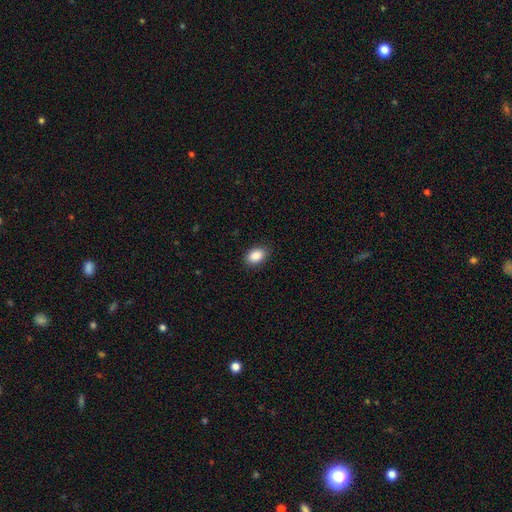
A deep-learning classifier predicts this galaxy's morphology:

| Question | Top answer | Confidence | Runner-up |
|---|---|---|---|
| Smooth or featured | smooth | 89% | star or artifact (8%) |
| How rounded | in between | 87% | round (12%) |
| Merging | none | 88% | minor disturbance (9%) |